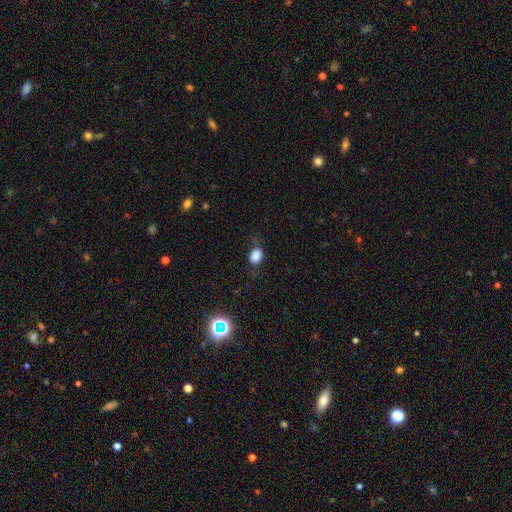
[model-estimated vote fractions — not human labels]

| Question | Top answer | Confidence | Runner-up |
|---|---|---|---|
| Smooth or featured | smooth | 83% | star or artifact (11%) |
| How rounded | in between | 62% | round (36%) |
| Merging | none | 69% | minor disturbance (21%) |